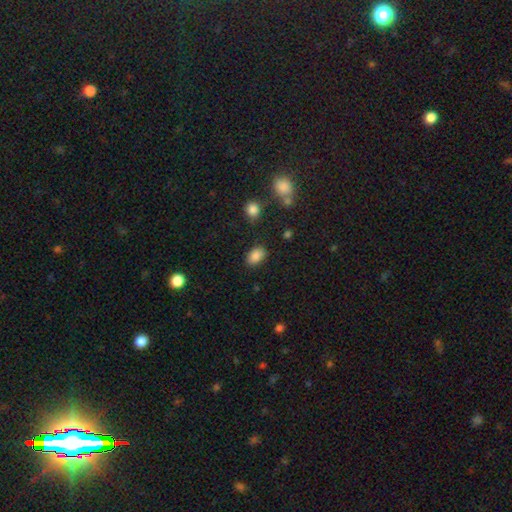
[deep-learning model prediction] Morphology: type=smooth (85%); roundness=in between (85%); merging=none (81%).